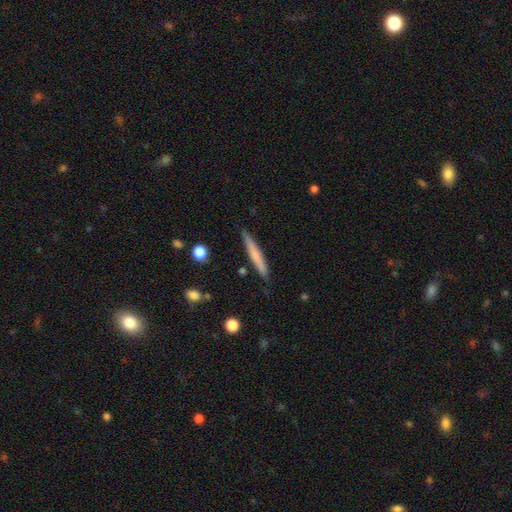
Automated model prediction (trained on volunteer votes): Smooth or featured?
  - smooth: 63% *
  - featured or disk: 32%
  - star or artifact: 6%
How rounded?
  - cigar-shaped: 95% *
  - in between: 3%
  - round: 1%
Merging?
  - none: 88% *
  - minor disturbance: 9%
  - merger: 2%
  - major disturbance: 2%